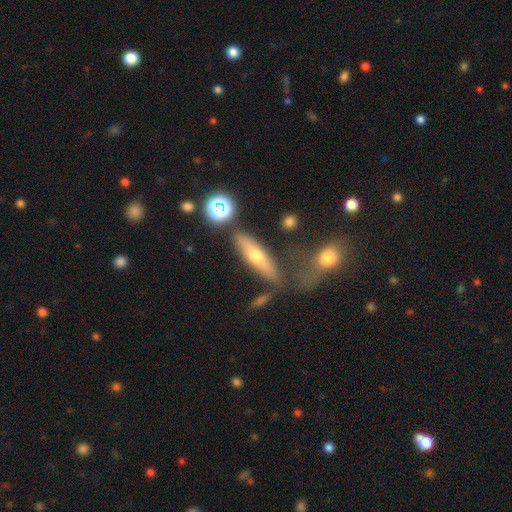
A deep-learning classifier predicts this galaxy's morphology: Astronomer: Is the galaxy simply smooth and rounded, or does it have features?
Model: smooth — 50% (runner-up: featured or disk, 41%).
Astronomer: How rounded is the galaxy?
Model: cigar-shaped — 59% (runner-up: in between, 37%).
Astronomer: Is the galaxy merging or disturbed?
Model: none — 61%.